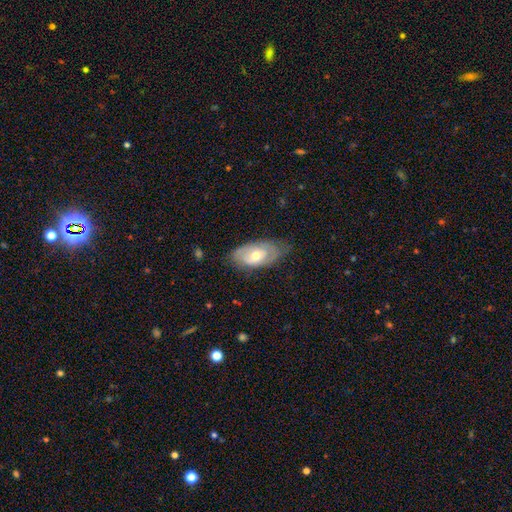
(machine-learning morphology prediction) smooth_or_featured: featured or disk (p=0.49) [alt: smooth p=0.44]
merging: none (p=0.63) [alt: minor disturbance p=0.28]